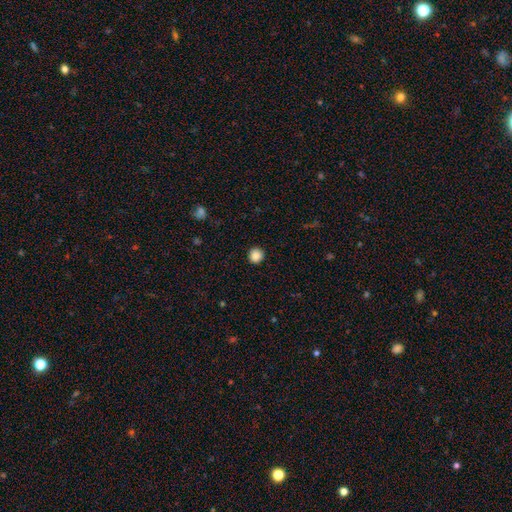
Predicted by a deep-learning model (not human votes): Morphology: type=smooth (87%); roundness=round (92%); merging=none (92%).